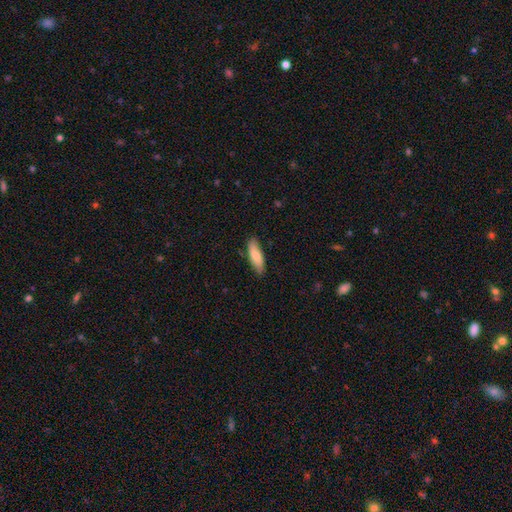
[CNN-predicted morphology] Overall: smooth (79%). How rounded: in between (51%; cigar-shaped 47%). Merging: none (83%).